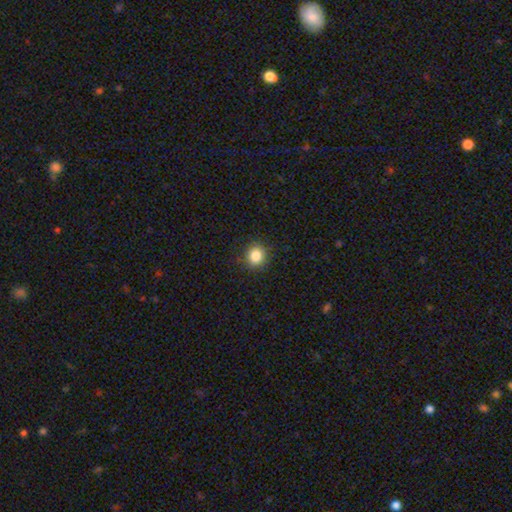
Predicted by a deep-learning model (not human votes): A smooth galaxy with no disk features (85%) that is round (88%). Merging: none (90%).